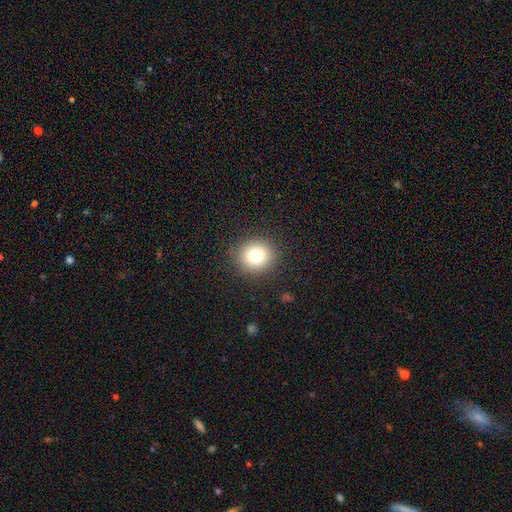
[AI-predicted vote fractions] Smooth or featured? smooth (77%)
How rounded? round (87%)
Merging? none (89%)